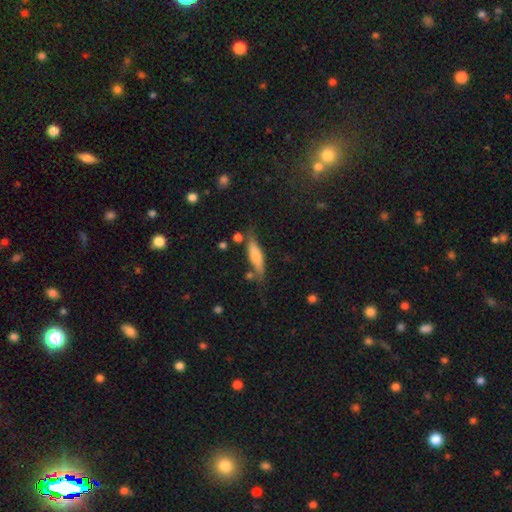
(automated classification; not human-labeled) smooth 62%, featured or disk 31%, star or artifact 7%. Down the decision tree: how rounded — cigar-shaped (69%); merging — none (67%).